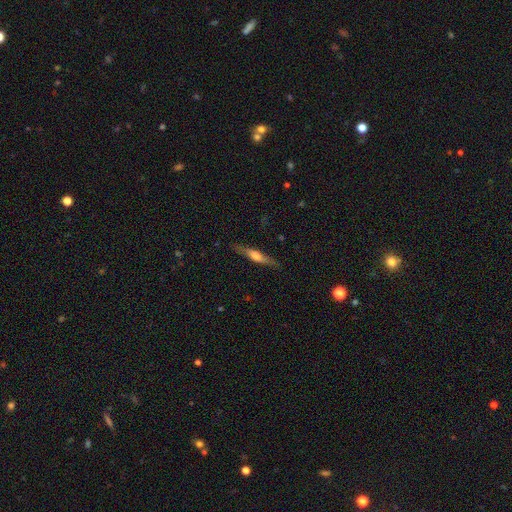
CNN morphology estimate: Overall: featured or disk (59%; smooth 35%). Edge-on disk: yes (95%). Edge-on bulge: rounded (75%). Merging: none (86%).